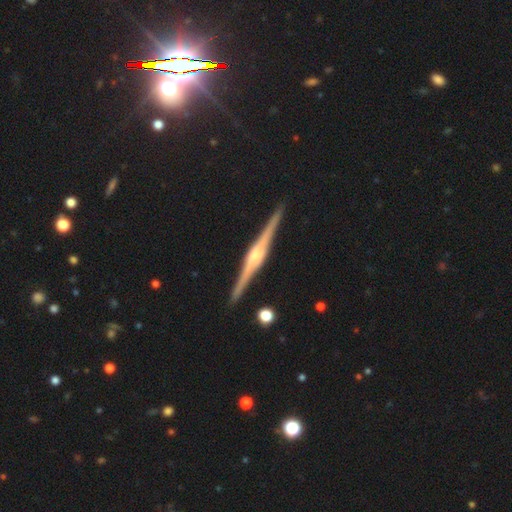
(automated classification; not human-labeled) Morphology: type=featured or disk (89%); edge-on=yes (99%); edge-on bulge=rounded (60%); merging=none (92%).